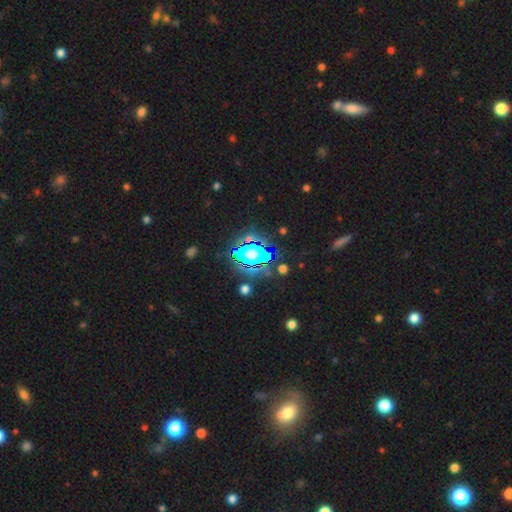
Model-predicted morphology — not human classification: A star or artifact, not a galaxy (77%).